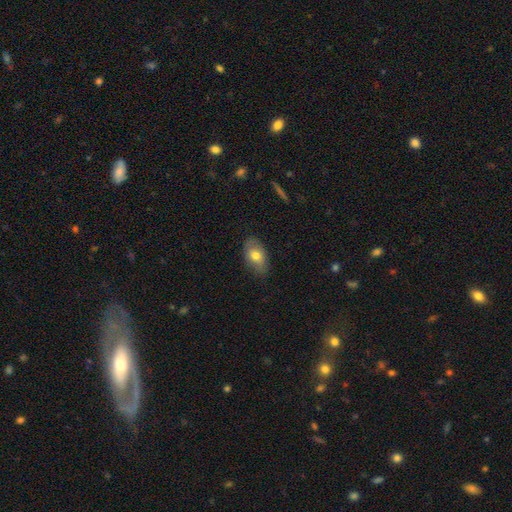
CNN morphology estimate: smooth-or-featured: smooth: 70% | featured or disk: 23% | star or artifact: 7%
  how-rounded: in between: 90% | round: 8% | cigar-shaped: 2%
  merging: none: 80% | minor disturbance: 16% | major disturbance: 3% | merger: 1%